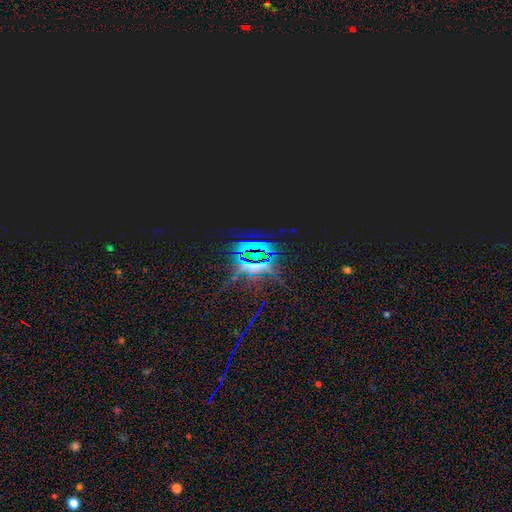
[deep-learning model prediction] Smooth or featured: star or artifact — 83% (featured or disk — 9%)